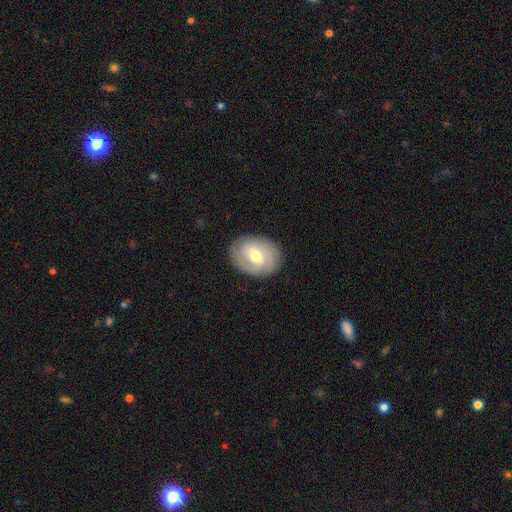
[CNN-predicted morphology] The model was most divided on "bar": weak: 52%, no: 30%, strong: 18%. More confident: edge-on disk — no (96%); spiral arms — yes (90%); merging — none (84%); smooth or featured — featured or disk (74%); bulge size — moderate (64%); spiral winding — tight (62%); spiral arm count — 2 (51%).